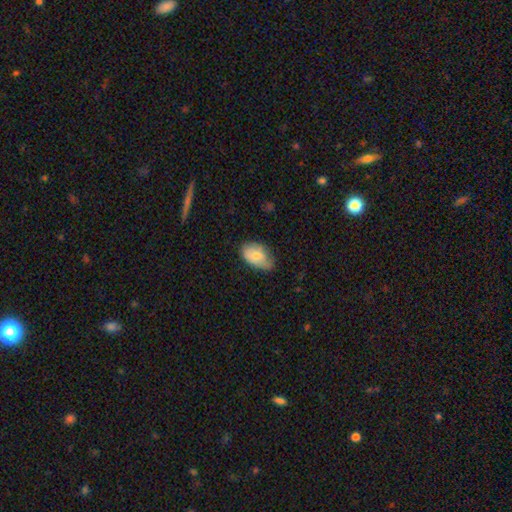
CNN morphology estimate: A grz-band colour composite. It shows a smooth galaxy with no disk features (71%) that is in between round and cigar-shaped (90%). Merging: none (58%).